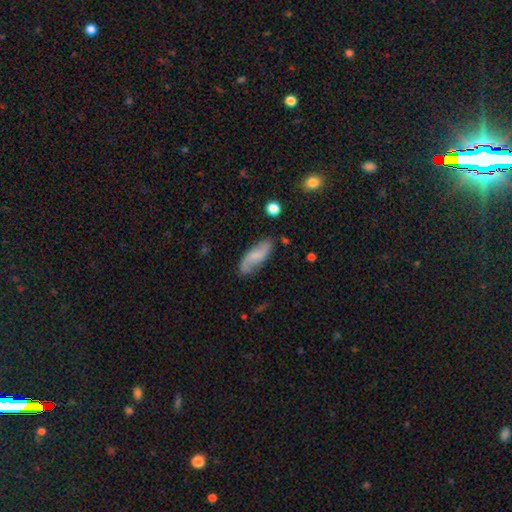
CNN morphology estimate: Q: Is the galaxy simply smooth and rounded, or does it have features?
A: smooth — 48%.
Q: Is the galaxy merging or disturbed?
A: none — 80%.